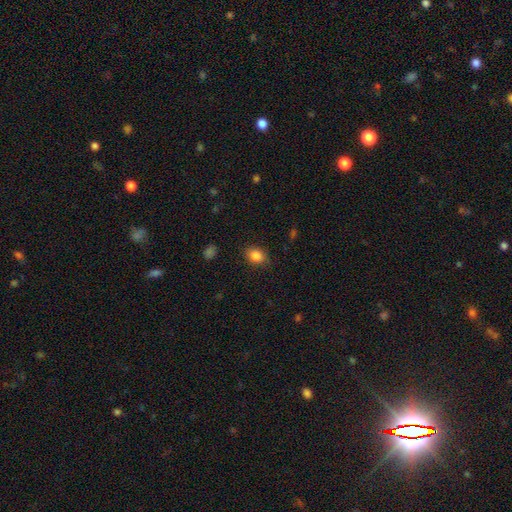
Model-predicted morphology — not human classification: Smooth or featured? smooth (86%)
How rounded? in between (66%)
Merging? none (84%)